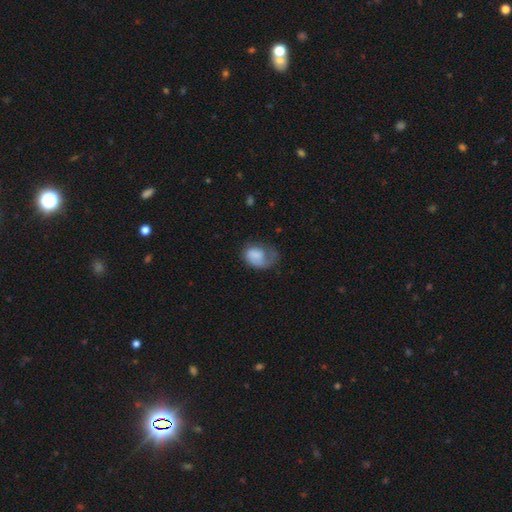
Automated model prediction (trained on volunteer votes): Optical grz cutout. It shows a smooth galaxy with no disk features (56%) that is in between round and cigar-shaped (69%). Merging: major disturbance (40%).